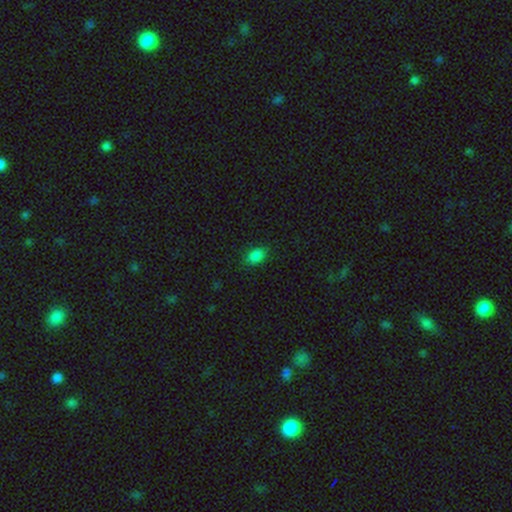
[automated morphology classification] type=smooth (85%); roundness=in between (83%); merging=none (85%).